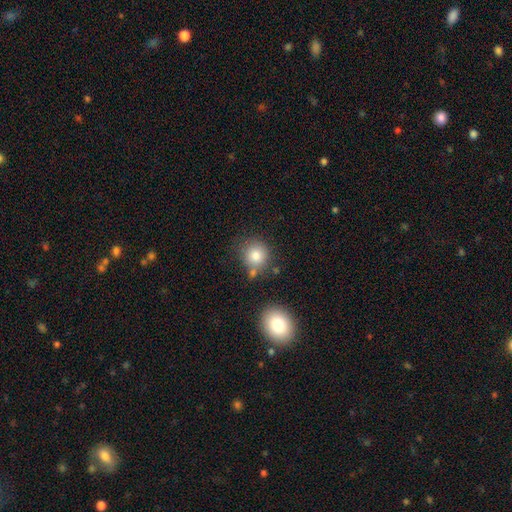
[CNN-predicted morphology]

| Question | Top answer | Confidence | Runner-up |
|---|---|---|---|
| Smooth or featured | smooth | 81% | star or artifact (10%) |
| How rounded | round | 89% | in between (10%) |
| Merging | none | 67% | merger (15%) |